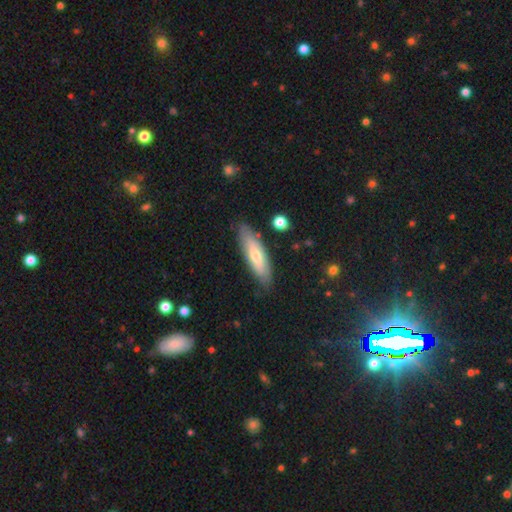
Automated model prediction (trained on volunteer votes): A smooth galaxy with no disk features (51%) that is cigar-shaped (56%). Merging: none (81%).